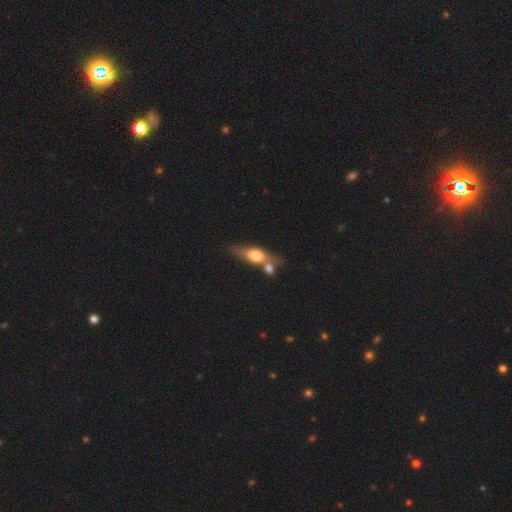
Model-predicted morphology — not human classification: A smooth galaxy with no disk features (51%) that is in between round and cigar-shaped (50%). Merging: none (43%).